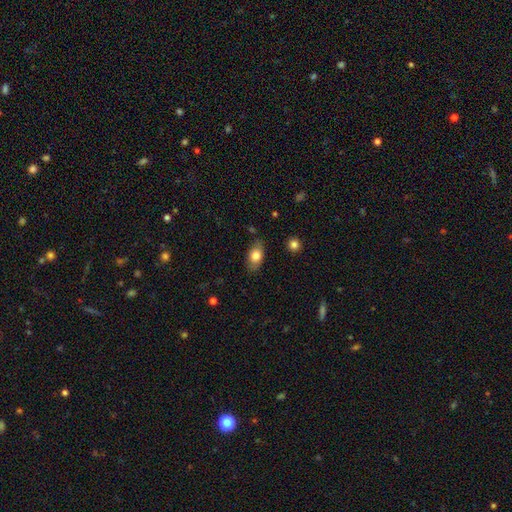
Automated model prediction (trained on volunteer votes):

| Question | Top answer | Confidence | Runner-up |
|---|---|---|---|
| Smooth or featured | smooth | 78% | featured or disk (15%) |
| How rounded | in between | 88% | round (8%) |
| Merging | none | 79% | minor disturbance (16%) |